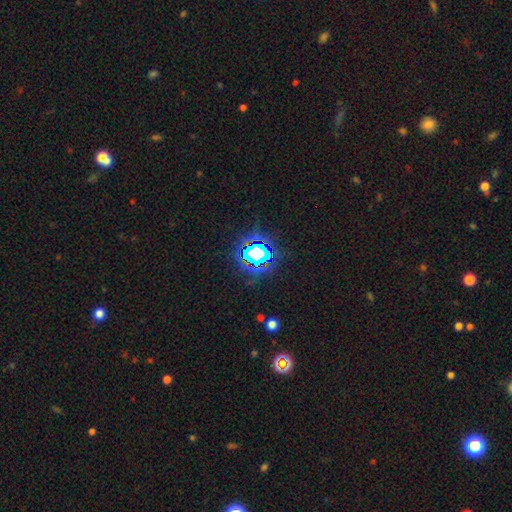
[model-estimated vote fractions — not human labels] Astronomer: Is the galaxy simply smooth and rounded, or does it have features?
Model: star or artifact — 69%.